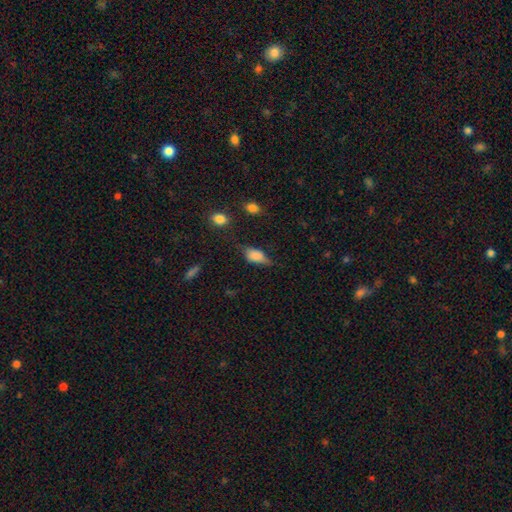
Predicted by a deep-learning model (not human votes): This appears to be a smooth galaxy with no disk features (68%) that is in between round and cigar-shaped (80%). Merging: none (45%).